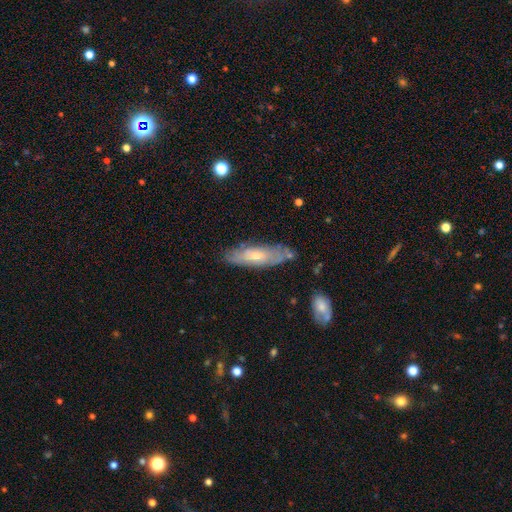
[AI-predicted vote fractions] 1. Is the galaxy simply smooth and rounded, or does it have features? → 50% featured or disk, 43% smooth, 7% star or artifact.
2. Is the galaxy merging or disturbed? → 75% none, 18% minor disturbance, 4% major disturbance, 3% merger.